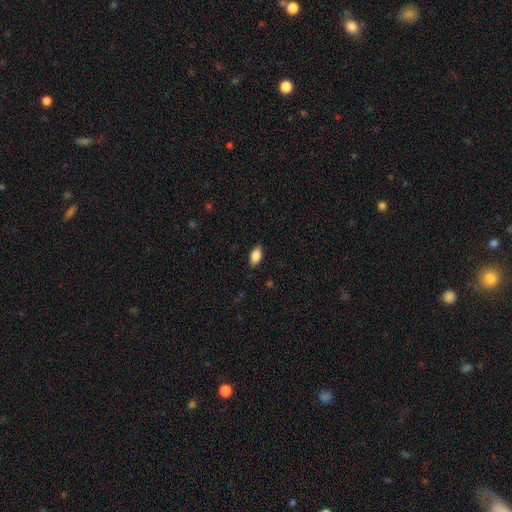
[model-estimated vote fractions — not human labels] smooth 80%, featured or disk 12%, star or artifact 7%. Down the decision tree: how rounded — in between (90%); merging — none (84%).